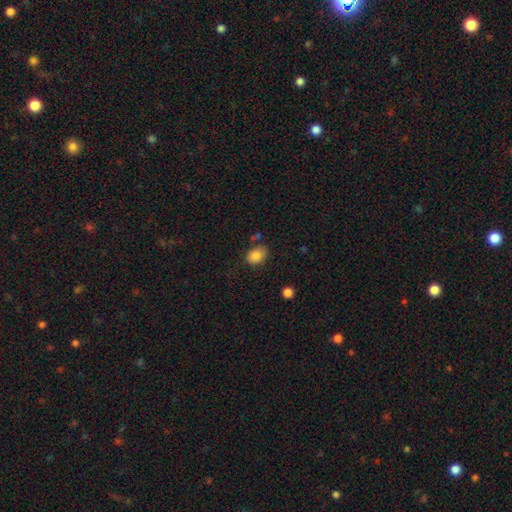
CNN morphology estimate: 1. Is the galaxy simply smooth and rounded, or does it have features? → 85% smooth, 9% star or artifact, 6% featured or disk.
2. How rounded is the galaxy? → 68% in between, 31% round, 1% cigar-shaped.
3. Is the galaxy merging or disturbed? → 71% none, 18% minor disturbance, 6% merger, 5% major disturbance.